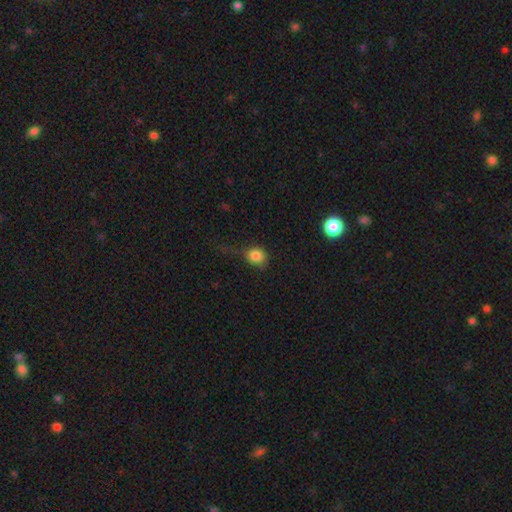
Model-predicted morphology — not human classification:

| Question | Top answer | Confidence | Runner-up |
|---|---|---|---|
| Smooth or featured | smooth | 82% | star or artifact (12%) |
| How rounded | round | 76% | in between (23%) |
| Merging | none | 56% | minor disturbance (27%) |